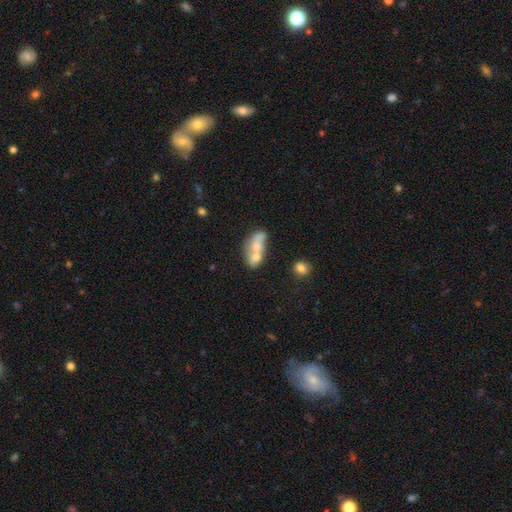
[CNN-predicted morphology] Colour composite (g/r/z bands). It shows a smooth galaxy with no disk features (51%) that is in between round and cigar-shaped (75%). Merging: merger (61%).